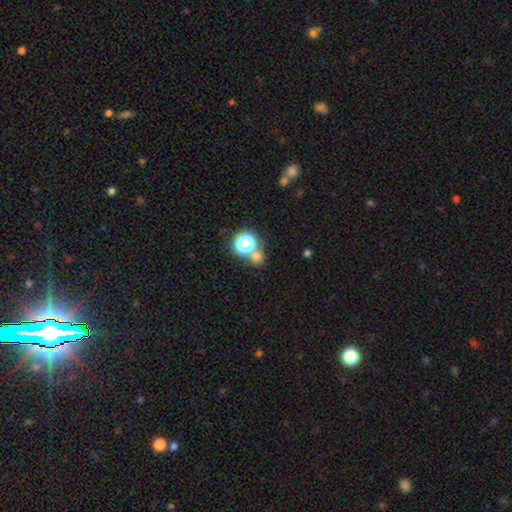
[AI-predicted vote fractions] smooth_or_featured: smooth (p=0.65) [alt: star or artifact p=0.28]
how_rounded: round (p=0.85) [alt: in between p=0.13]
merging: none (p=0.60) [alt: merger p=0.29]